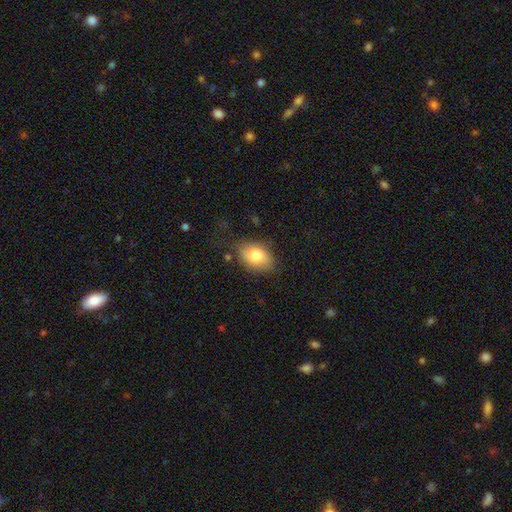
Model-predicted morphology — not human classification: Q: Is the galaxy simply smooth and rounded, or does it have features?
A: smooth — 78%.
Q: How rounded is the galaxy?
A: in between — 77%.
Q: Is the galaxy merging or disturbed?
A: none — 73%.